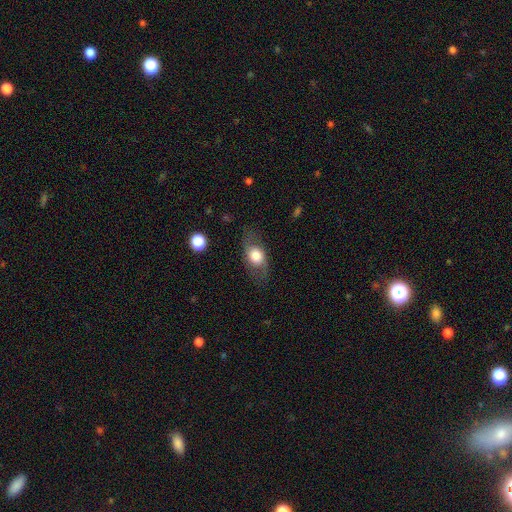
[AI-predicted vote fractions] This appears to be a smooth galaxy with no disk features (61%) that is in between round and cigar-shaped (66%). Merging: none (73%).